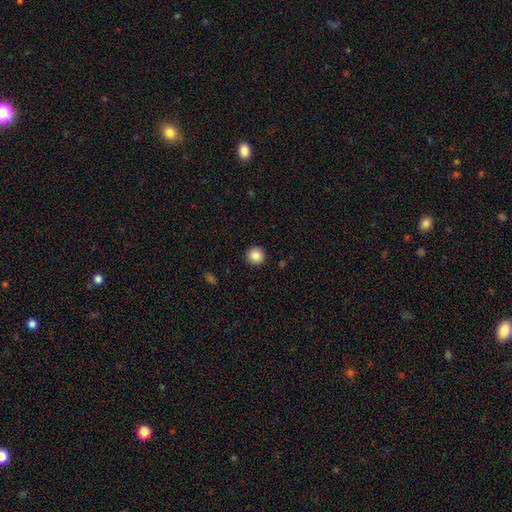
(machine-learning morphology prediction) Smooth or featured? smooth (86%)
How rounded? round (96%)
Merging? none (93%)